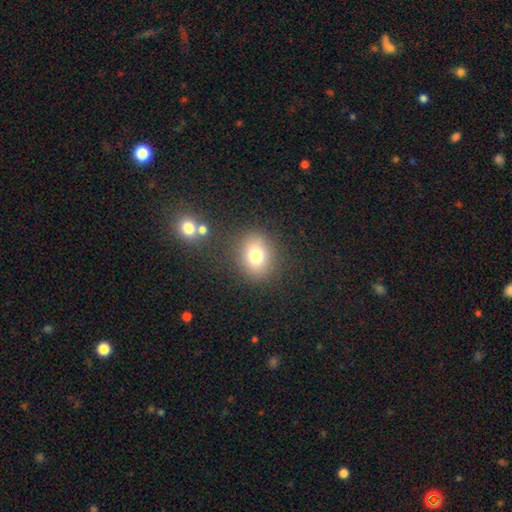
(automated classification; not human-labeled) Overall: smooth (76%). How rounded: round (61%; in between 38%). Merging: none (83%).